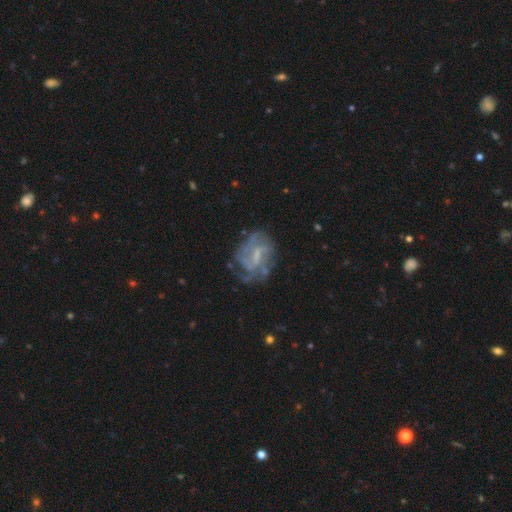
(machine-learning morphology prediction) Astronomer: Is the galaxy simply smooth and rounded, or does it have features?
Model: featured or disk — 77%.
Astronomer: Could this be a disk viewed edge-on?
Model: no — 97%.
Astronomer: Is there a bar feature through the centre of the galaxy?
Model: weak — 55%.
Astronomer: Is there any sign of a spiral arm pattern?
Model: yes — 83%.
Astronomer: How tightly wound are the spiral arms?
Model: medium — 42% (runner-up: tight, 35%).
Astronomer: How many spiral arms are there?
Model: can't tell — 39% (runner-up: 2, 28%).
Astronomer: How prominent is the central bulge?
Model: small — 43% (runner-up: none, 29%).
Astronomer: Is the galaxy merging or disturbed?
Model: none — 58%.